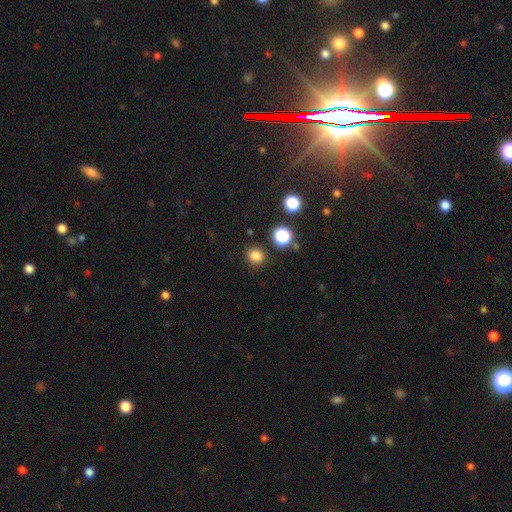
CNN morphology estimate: smooth_or_featured: smooth (p=0.82) [alt: star or artifact p=0.14]
how_rounded: round (p=0.80) [alt: in between p=0.19]
merging: none (p=0.86) [alt: minor disturbance p=0.08]